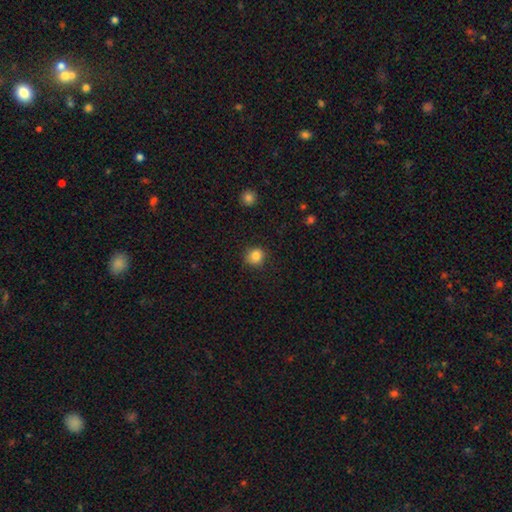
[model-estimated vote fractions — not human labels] A smooth galaxy with no disk features (85%) that is round (86%).

Vote fractions:
- Smooth or featured? smooth: 85% / star or artifact: 11% / featured or disk: 4%
- How rounded? round: 86% / in between: 13% / cigar-shaped: 1%
- Merging? none: 82% / minor disturbance: 13% / major disturbance: 3% / merger: 1%